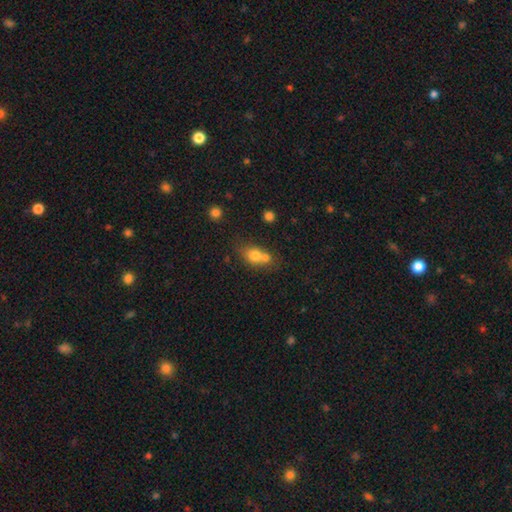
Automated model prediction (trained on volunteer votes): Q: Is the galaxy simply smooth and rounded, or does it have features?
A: smooth — 74%.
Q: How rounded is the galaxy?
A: round — 52%.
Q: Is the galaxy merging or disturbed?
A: merger — 51%.